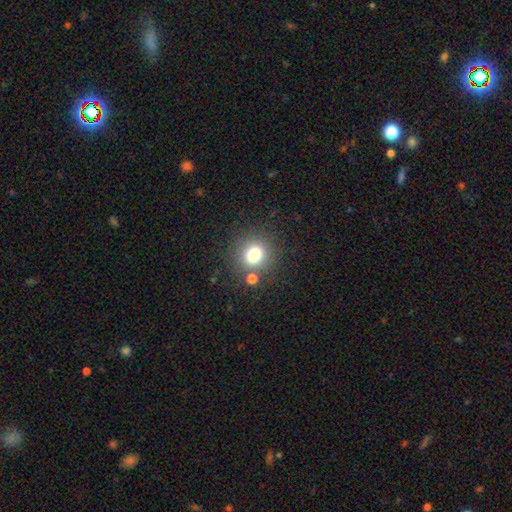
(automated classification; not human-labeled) smooth 76%, star or artifact 17%, featured or disk 8%. Down the decision tree: how rounded — round (86%); merging — none (84%).